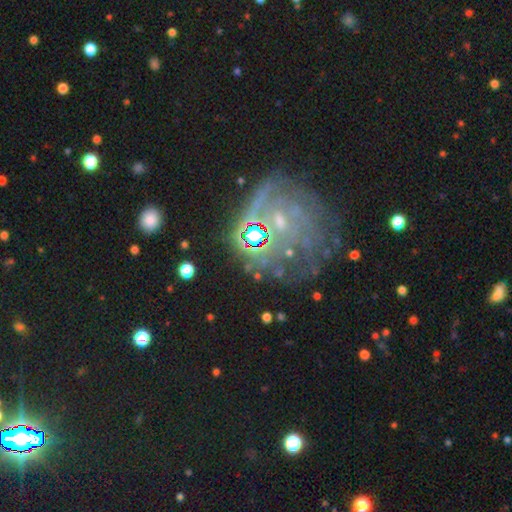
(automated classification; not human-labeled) smooth-or-featured: featured or disk: 55% | star or artifact: 29% | smooth: 16%
  disk-edge-on: no: 95% | yes: 5%
    bar: no: 65% | weak: 26% | strong: 9%
    has-spiral-arms: yes: 75% | no: 25%
    bulge-size: small: 63% | moderate: 22% | none: 8% | large: 3% | dominant: 3%
  merging: none: 64% | minor disturbance: 16% | major disturbance: 15% | merger: 5%